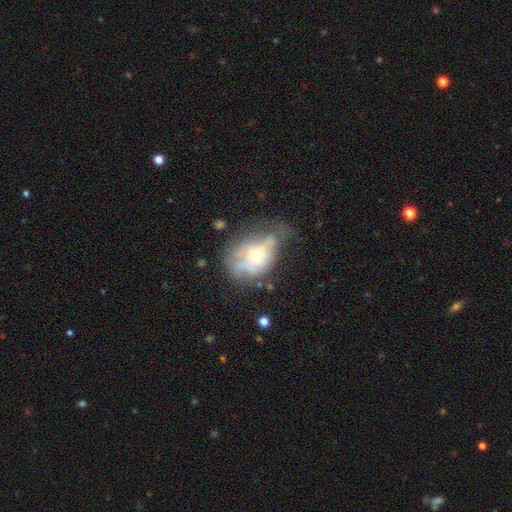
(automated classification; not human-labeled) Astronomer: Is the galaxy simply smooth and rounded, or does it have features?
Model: featured or disk — 51% (runner-up: smooth, 39%).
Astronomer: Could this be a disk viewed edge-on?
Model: no — 92%.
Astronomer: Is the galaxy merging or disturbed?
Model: major disturbance — 35% (runner-up: none, 29%).